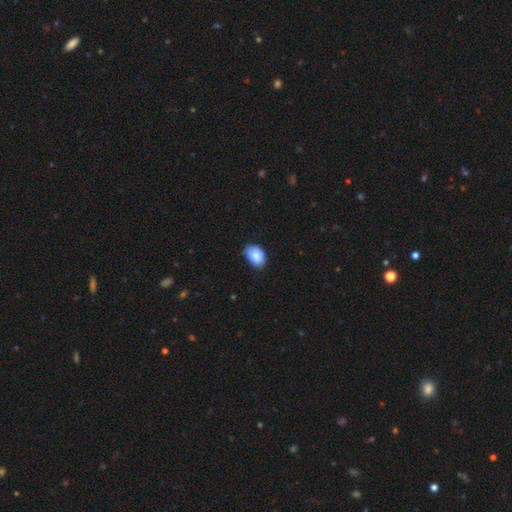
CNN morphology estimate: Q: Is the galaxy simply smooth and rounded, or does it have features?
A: smooth — 85%.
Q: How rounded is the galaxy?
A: in between — 85%.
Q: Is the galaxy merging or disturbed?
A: none — 66%.